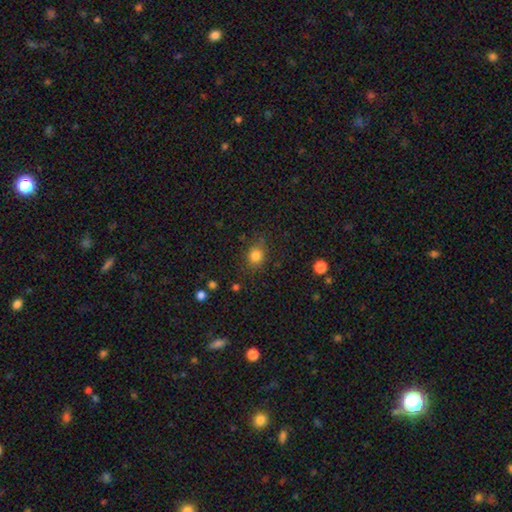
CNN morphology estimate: This appears to be a smooth galaxy with no disk features (83%) that is round (67%). Merging: none (79%).